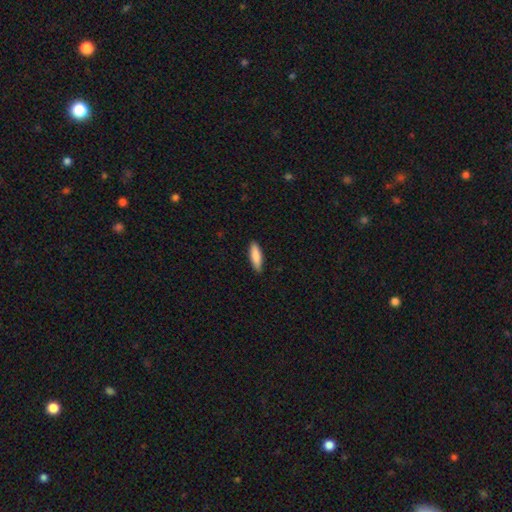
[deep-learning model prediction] Q: Smooth or featured?
A: smooth (86%); runner-up: featured or disk (9%)
Q: How rounded?
A: cigar-shaped (51%); runner-up: in between (47%)
Q: Merging?
A: none (86%); runner-up: minor disturbance (11%)